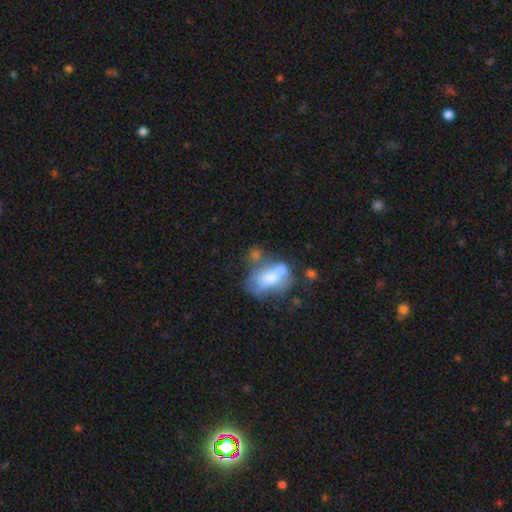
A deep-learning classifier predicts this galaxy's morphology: type=smooth (50%); roundness=in between (83%); merging=none (33%).